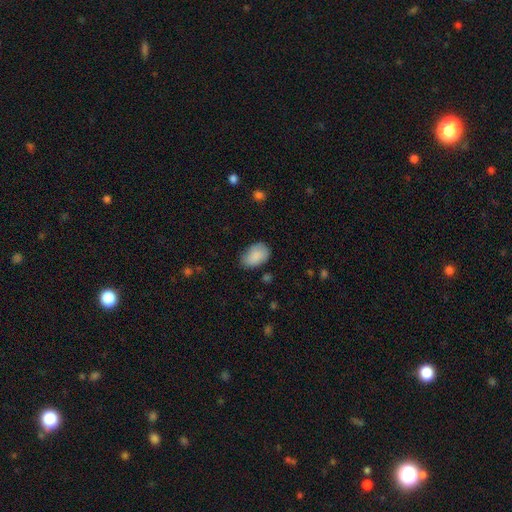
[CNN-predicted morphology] Smooth or featured: smooth — 86% (featured or disk — 7%)
How rounded: in between — 88% (round — 11%)
Merging: none — 68% (minor disturbance — 25%)